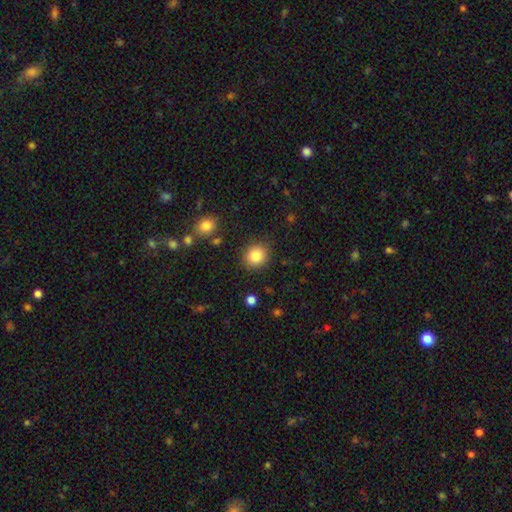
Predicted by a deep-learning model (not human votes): Smooth or featured?
  - smooth: 85% *
  - star or artifact: 10%
  - featured or disk: 6%
How rounded?
  - round: 83% *
  - in between: 16%
  - cigar-shaped: 1%
Merging?
  - none: 87% *
  - minor disturbance: 8%
  - major disturbance: 3%
  - merger: 2%